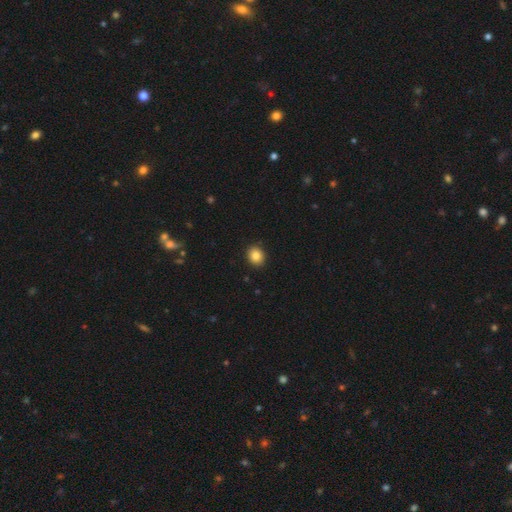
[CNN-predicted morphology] type=smooth (86%); roundness=round (61%); merging=none (91%).